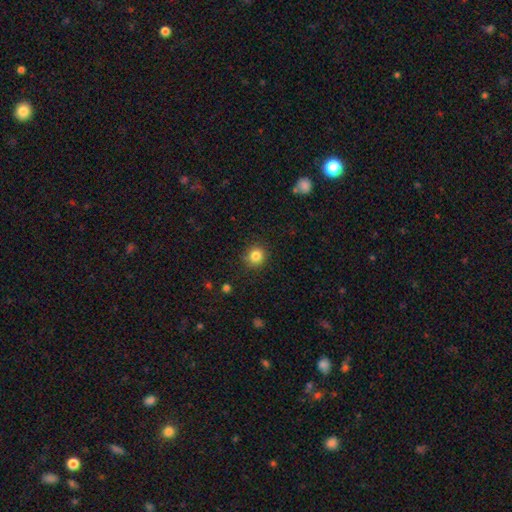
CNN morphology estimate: Overall: smooth (84%). How rounded: round (90%). Merging: none (87%).